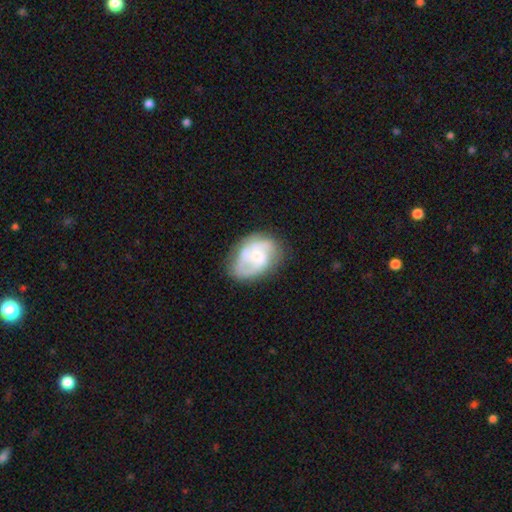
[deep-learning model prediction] Smooth or featured?
  - featured or disk: 71% *
  - smooth: 23%
  - star or artifact: 6%
Edge-on disk?
  - no: 98% *
  - yes: 2%
Bar?
  - no: 63% *
  - weak: 32%
  - strong: 6%
Spiral arms?
  - yes: 87% *
  - no: 13%
Spiral winding?
  - medium: 47% *
  - tight: 29%
  - loose: 23%
Spiral arm count?
  - 2: 50% *
  - can't tell: 21%
  - 3: 19%
  - 1: 5%
  - 4: 3%
  - more than 4: 3%
Bulge size?
  - small: 47% *
  - moderate: 31%
  - none: 14%
  - large: 6%
  - dominant: 2%
Merging?
  - none: 61% *
  - minor disturbance: 23%
  - major disturbance: 13%
  - merger: 3%